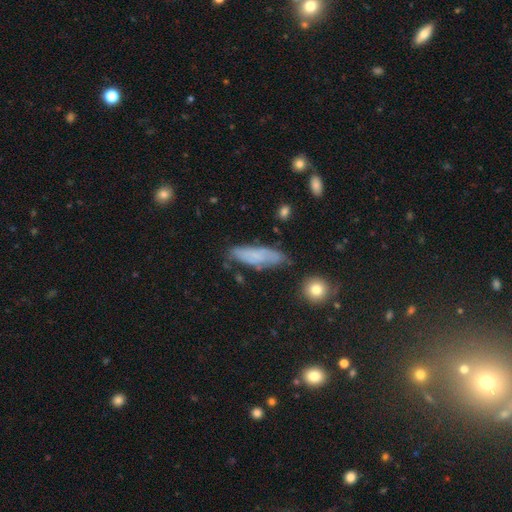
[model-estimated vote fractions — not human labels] Smooth or featured? smooth (56%)
How rounded? cigar-shaped (53%)
Merging? none (69%)